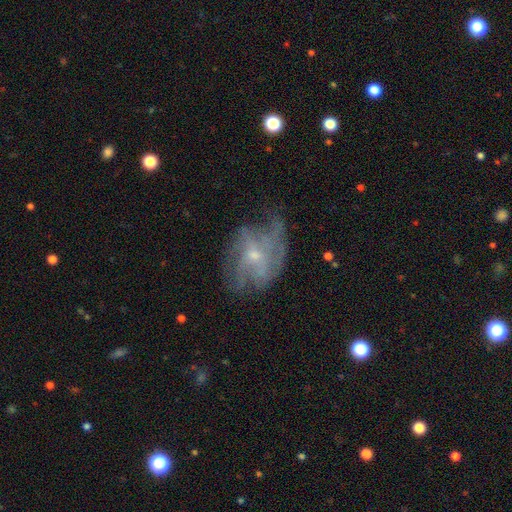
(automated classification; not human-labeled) Morphology: type=featured or disk (73%); edge-on=no (96%); bar=no (70%); spiral arms=yes (75%); winding=medium (39%); arm count=can't tell (42%); bulge=small (68%); merging=none (50%).